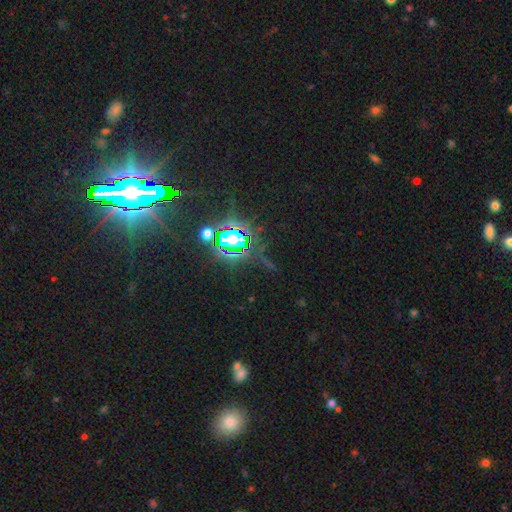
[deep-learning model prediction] Q: Smooth or featured?
A: star or artifact (82%); runner-up: smooth (9%)